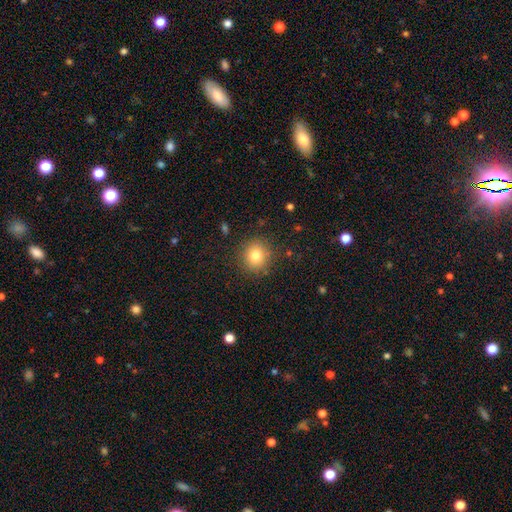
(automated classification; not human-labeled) Q: Smooth or featured?
A: smooth (80%); runner-up: star or artifact (12%)
Q: How rounded?
A: round (89%); runner-up: in between (10%)
Q: Merging?
A: none (87%); runner-up: minor disturbance (8%)